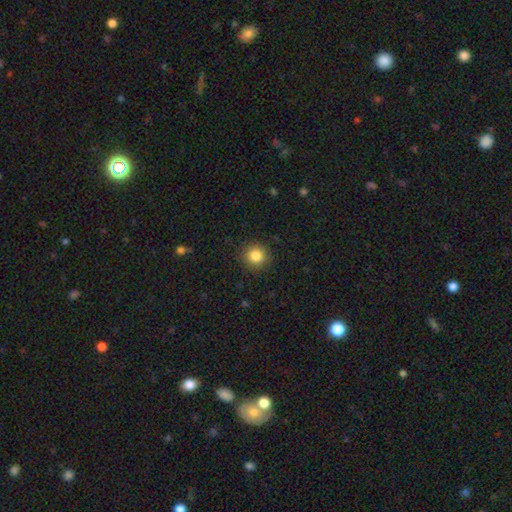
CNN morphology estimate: smooth 84%, star or artifact 11%, featured or disk 5%. Down the decision tree: how rounded — round (93%); merging — none (90%).